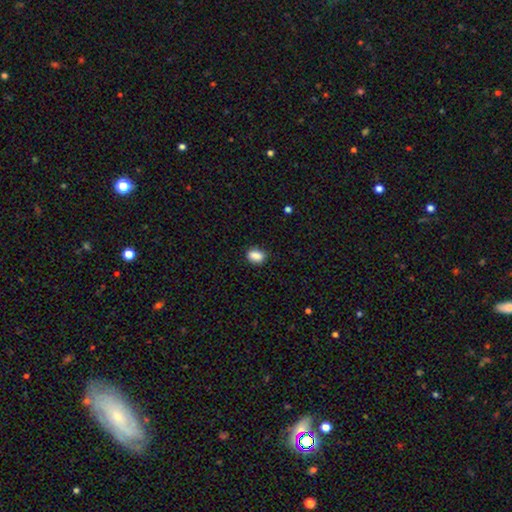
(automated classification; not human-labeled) smooth_or_featured: smooth (p=0.87) [alt: star or artifact p=0.09]
how_rounded: in between (p=0.76) [alt: round p=0.21]
merging: none (p=0.83) [alt: minor disturbance p=0.13]